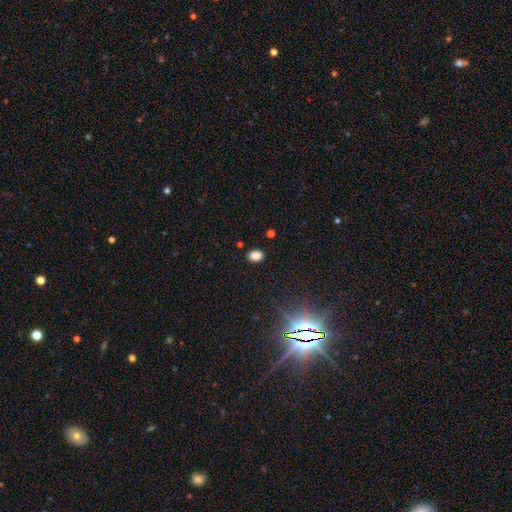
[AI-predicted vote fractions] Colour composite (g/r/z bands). It shows a smooth galaxy with no disk features (83%) that is in between round and cigar-shaped (67%). Merging: none (86%).